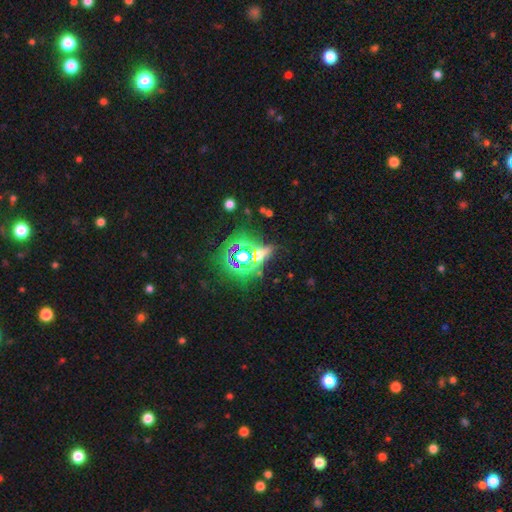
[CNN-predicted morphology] type=star or artifact (65%).